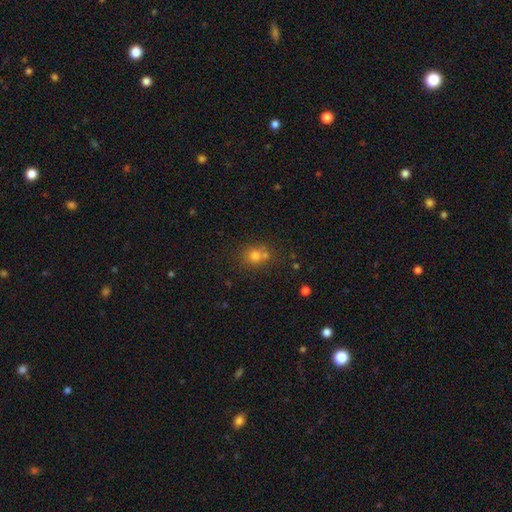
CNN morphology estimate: Q: Smooth or featured?
A: smooth (70%); runner-up: star or artifact (19%)
Q: How rounded?
A: round (80%); runner-up: in between (18%)
Q: Merging?
A: none (60%); runner-up: merger (26%)